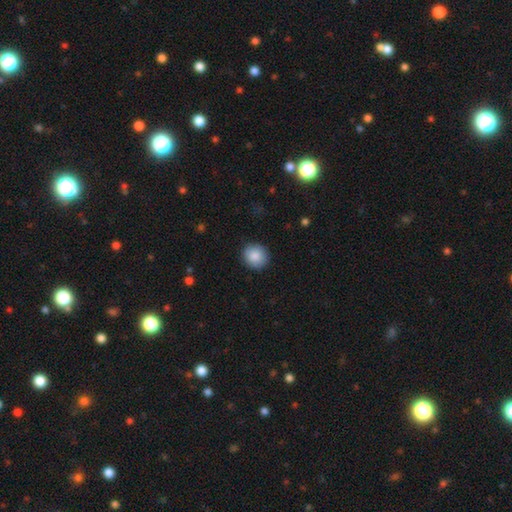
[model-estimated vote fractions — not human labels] Smooth or featured?
  - smooth: 88% *
  - star or artifact: 7%
  - featured or disk: 4%
How rounded?
  - round: 89% *
  - in between: 10%
  - cigar-shaped: 1%
Merging?
  - none: 90% *
  - minor disturbance: 7%
  - major disturbance: 2%
  - merger: 1%